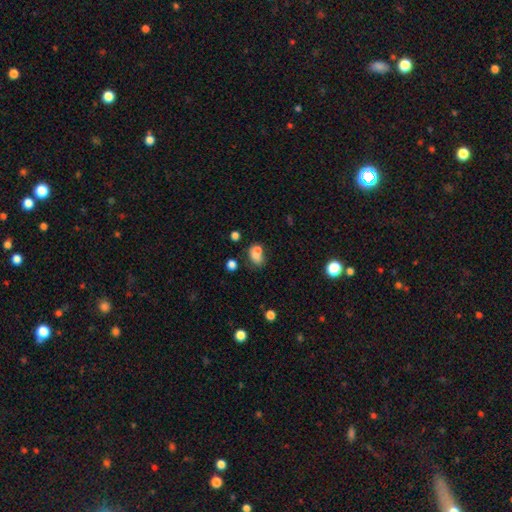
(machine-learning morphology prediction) type=smooth (73%); roundness=in between (65%); merging=merger (45%).